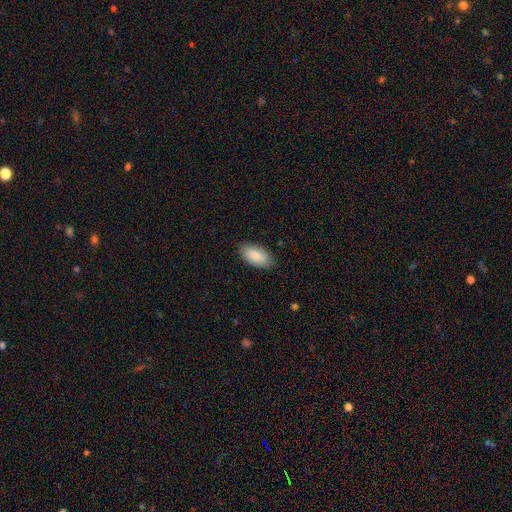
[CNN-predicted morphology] This appears to be a smooth galaxy with no disk features (89%) that is in between round and cigar-shaped (95%). Merging: none (87%).